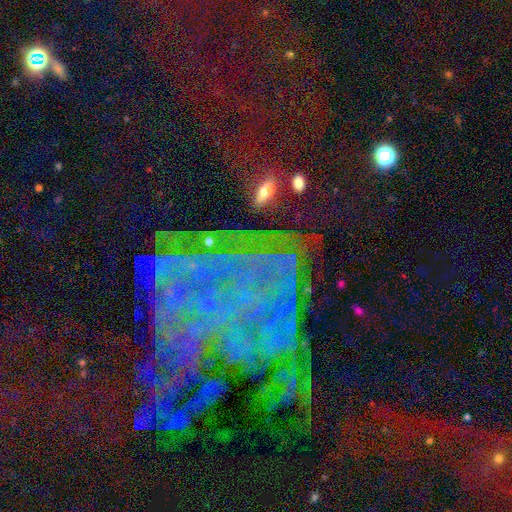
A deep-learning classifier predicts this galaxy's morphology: smooth_or_featured: star or artifact (p=0.56) [alt: featured or disk p=0.29]